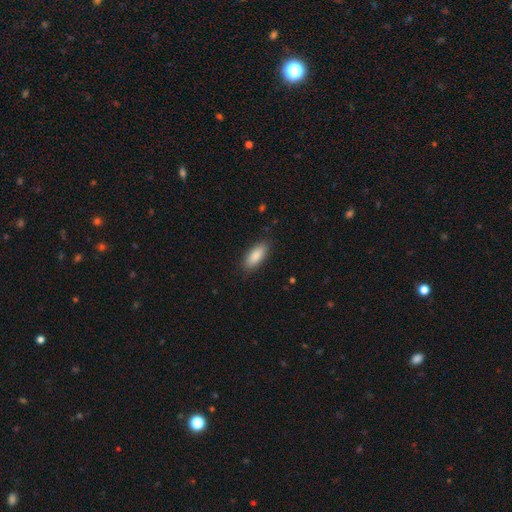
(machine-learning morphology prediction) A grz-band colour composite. It shows a smooth galaxy with no disk features (88%) that is in between round and cigar-shaped (78%). Merging: none (87%).